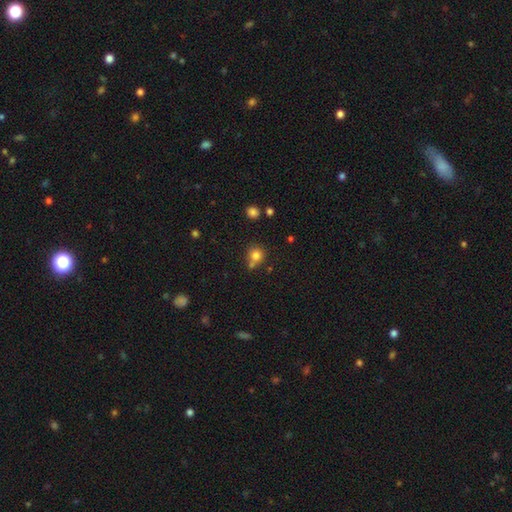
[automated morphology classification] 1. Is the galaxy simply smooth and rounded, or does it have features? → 79% smooth, 13% star or artifact, 8% featured or disk.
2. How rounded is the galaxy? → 88% round, 11% in between, 1% cigar-shaped.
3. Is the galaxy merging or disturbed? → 58% none, 23% merger, 14% minor disturbance, 5% major disturbance.